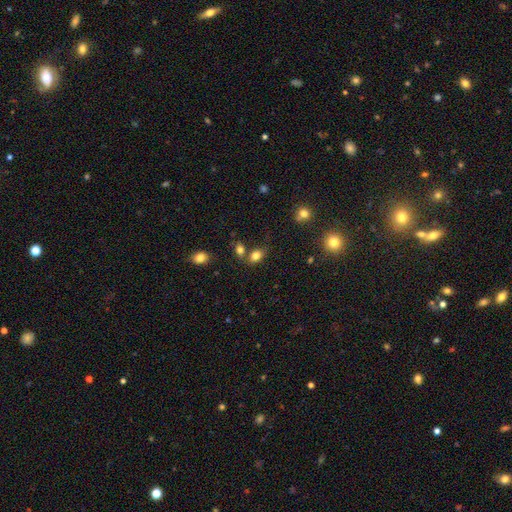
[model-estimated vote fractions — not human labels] Morphology: type=smooth (80%); roundness=in between (76%); merging=none (57%).